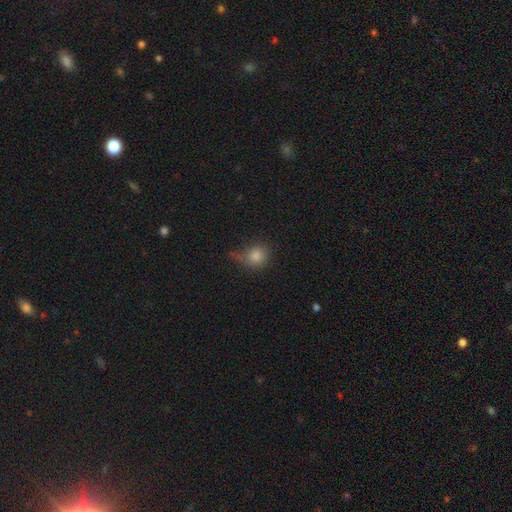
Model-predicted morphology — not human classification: Smooth or featured? Predicted: smooth (p=0.80). How rounded? Predicted: round (p=0.81). Merging? Predicted: none (p=0.53).